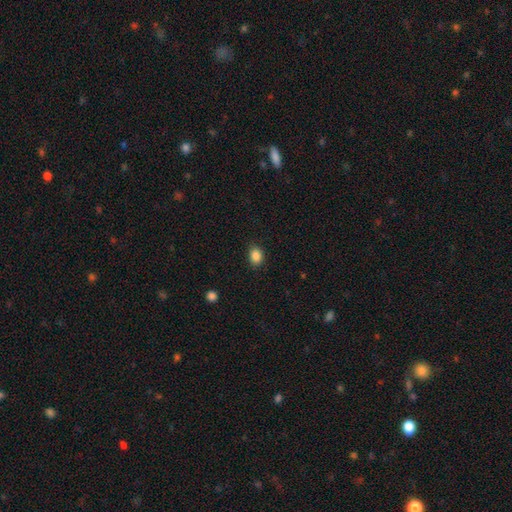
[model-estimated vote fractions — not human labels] smooth 87%, star or artifact 10%, featured or disk 3%. Down the decision tree: how rounded — in between (63%); merging — none (87%).